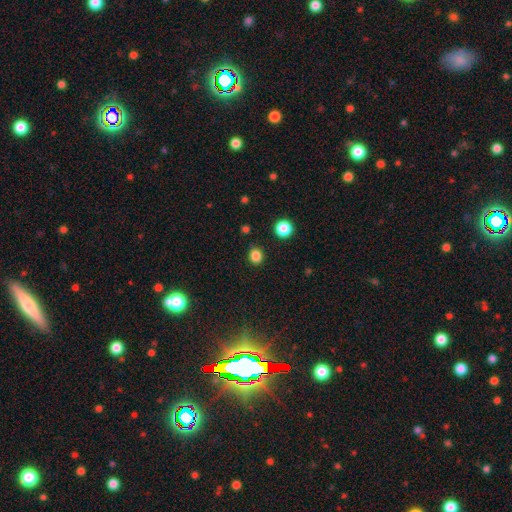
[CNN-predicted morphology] smooth 84%, star or artifact 13%, featured or disk 3%. Down the decision tree: how rounded — round (73%); merging — none (88%).